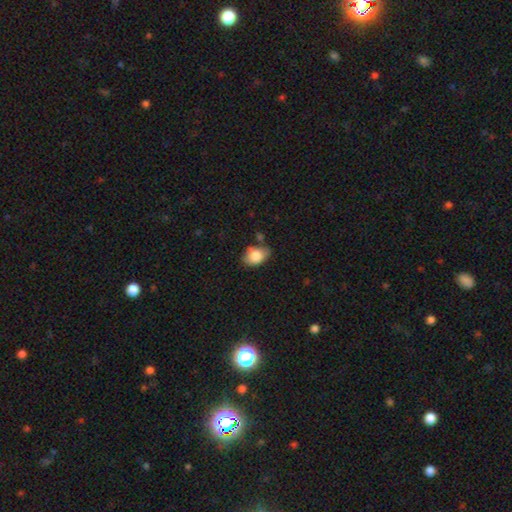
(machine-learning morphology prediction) type=smooth (82%); roundness=in between (78%); merging=none (57%).